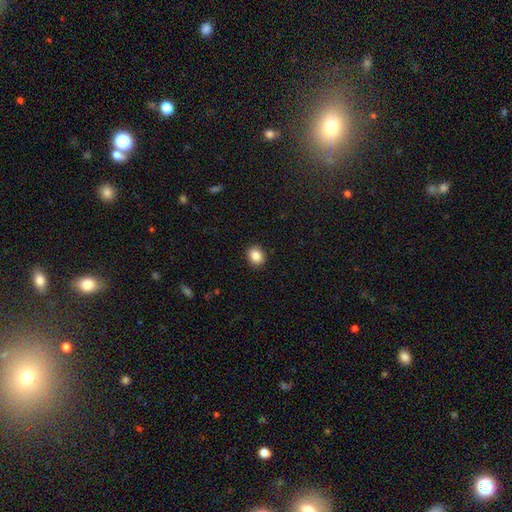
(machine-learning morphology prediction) This appears to be a smooth galaxy with no disk features (86%) that is round (54%). Merging: none (91%).